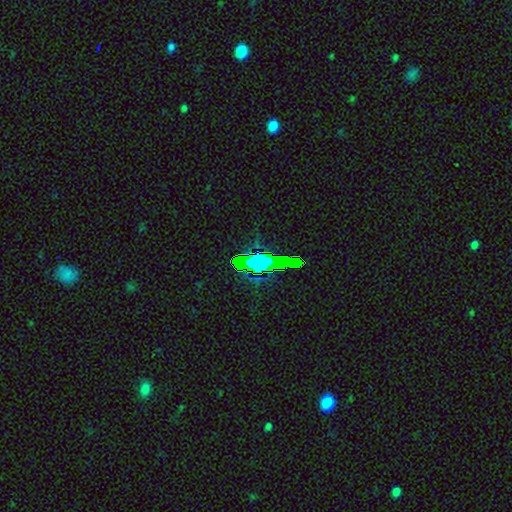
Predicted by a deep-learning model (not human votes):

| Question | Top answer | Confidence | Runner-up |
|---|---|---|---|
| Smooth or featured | star or artifact | 66% | smooth (20%) |